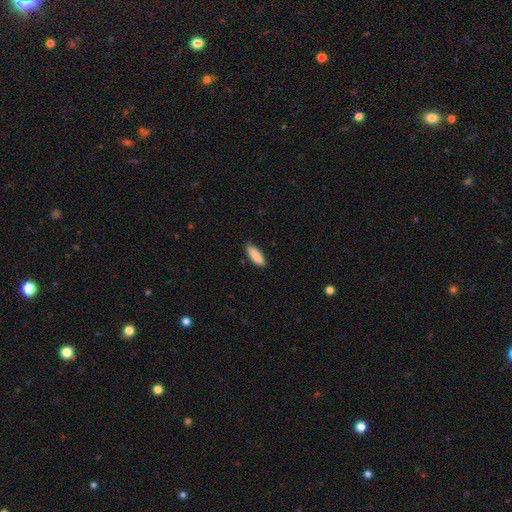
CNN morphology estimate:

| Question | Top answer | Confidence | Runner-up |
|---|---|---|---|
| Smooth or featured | smooth | 90% | star or artifact (6%) |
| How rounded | in between | 58% | cigar-shaped (41%) |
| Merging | none | 85% | minor disturbance (12%) |